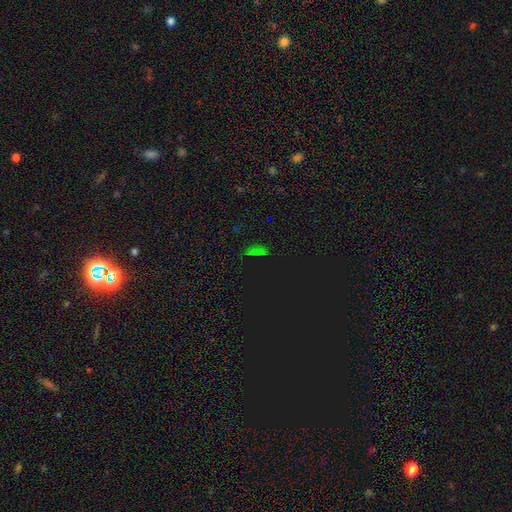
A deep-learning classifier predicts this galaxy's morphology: type=star or artifact (66%).